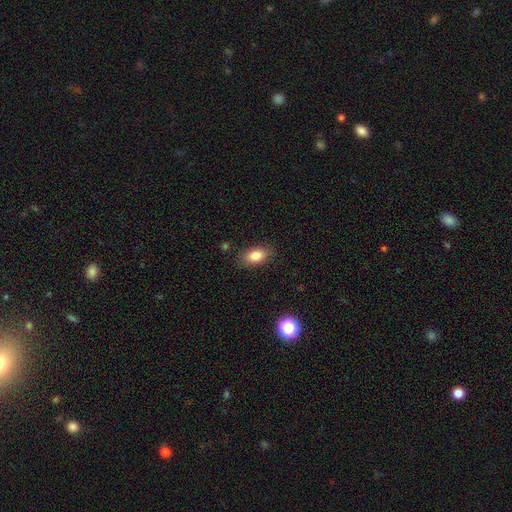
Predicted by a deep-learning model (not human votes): Smooth or featured: smooth — 83% (star or artifact — 9%)
How rounded: in between — 87% (round — 9%)
Merging: none — 85% (minor disturbance — 11%)